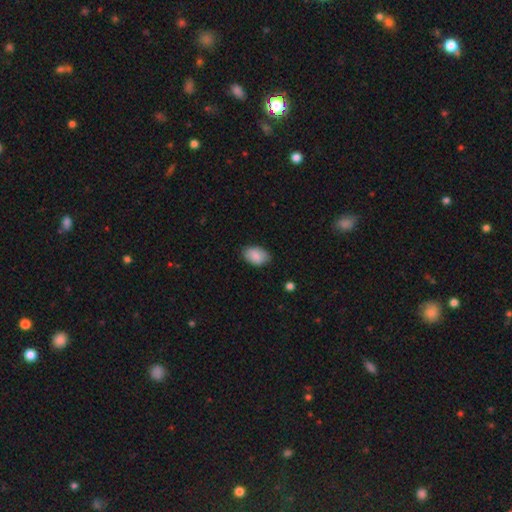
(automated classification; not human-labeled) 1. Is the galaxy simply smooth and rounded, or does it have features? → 86% smooth, 8% featured or disk, 7% star or artifact.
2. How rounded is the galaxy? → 89% in between, 10% round, 1% cigar-shaped.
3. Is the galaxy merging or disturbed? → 80% none, 16% minor disturbance, 3% major disturbance, 1% merger.